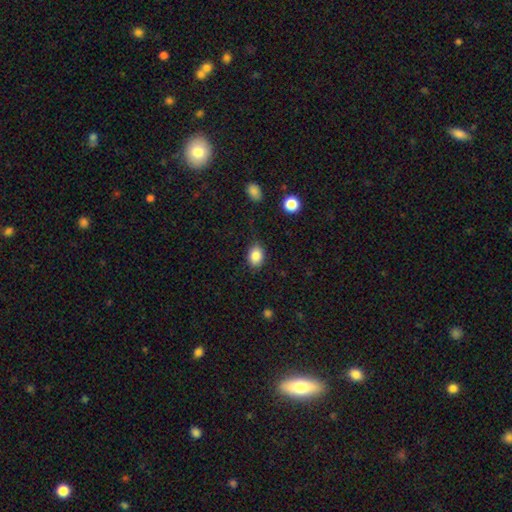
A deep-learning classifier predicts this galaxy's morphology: This is clearly a smooth galaxy (86%). How rounded: likely in between (70%). Merging: clearly none (82%).